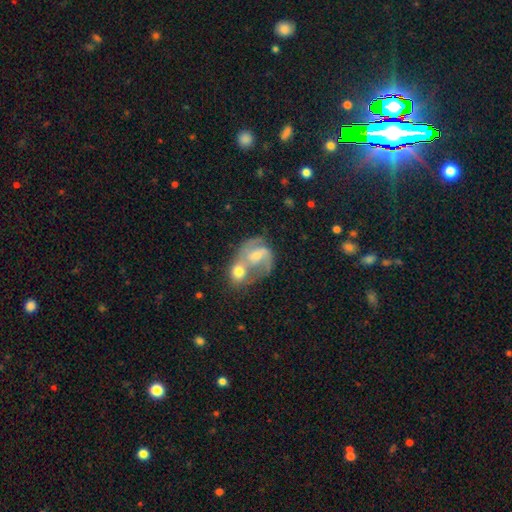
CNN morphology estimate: A featured or disk galaxy (74%) with a weak bar (46%), 2 (79%) medium (52%) spiral arms (88%) and a moderate central bulge (51%). Merging: merger (57%).